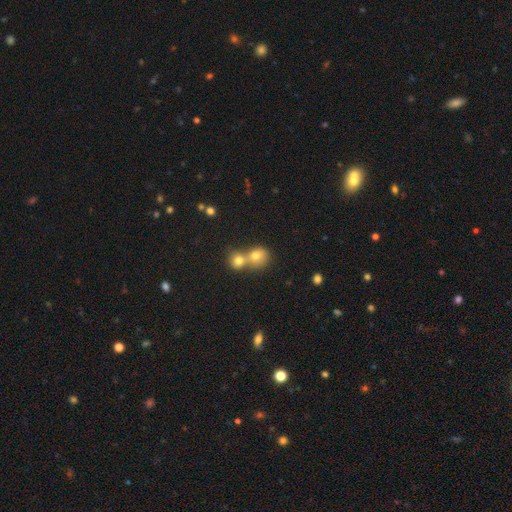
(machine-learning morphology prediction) The model was most divided on "merging": merger: 63%, none: 29%, minor disturbance: 5%, major disturbance: 2%. More confident: how rounded — round (79%); smooth or featured — smooth (74%).